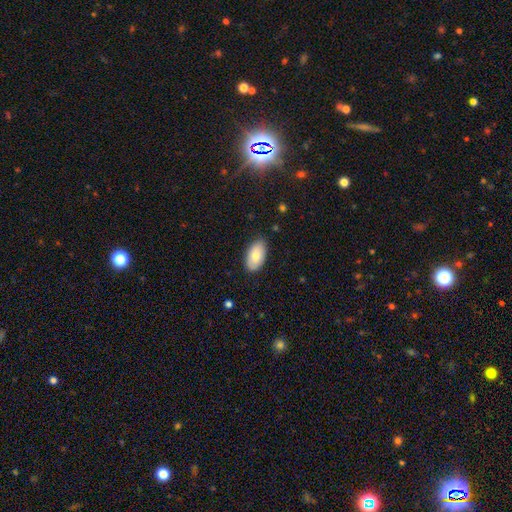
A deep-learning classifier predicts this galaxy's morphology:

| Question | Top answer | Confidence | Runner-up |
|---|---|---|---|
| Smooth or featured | smooth | 77% | featured or disk (17%) |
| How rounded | in between | 95% | round (4%) |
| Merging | none | 82% | minor disturbance (15%) |